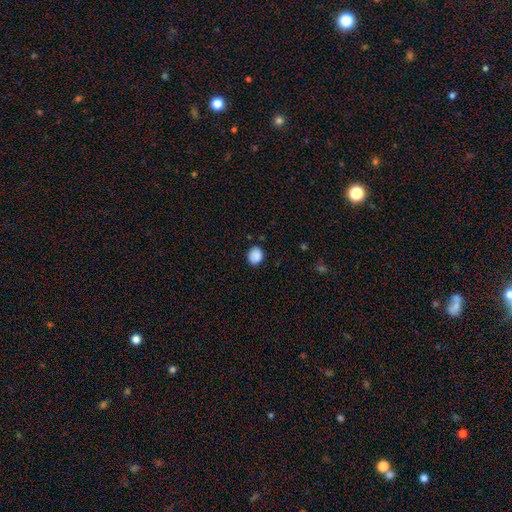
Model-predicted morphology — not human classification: This appears to be a smooth galaxy with no disk features (88%) that is in between round and cigar-shaped (50%). Merging: none (81%).